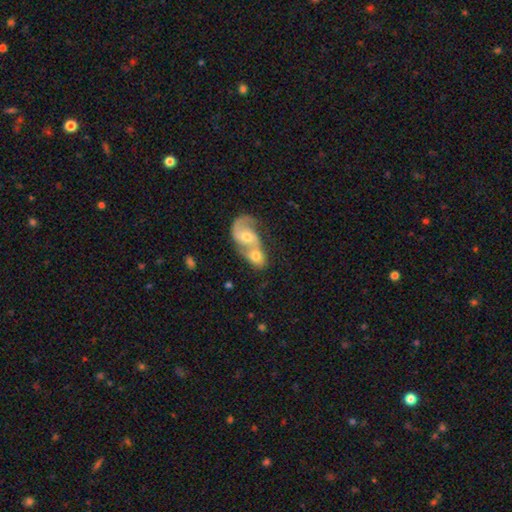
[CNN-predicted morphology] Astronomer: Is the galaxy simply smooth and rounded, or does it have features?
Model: featured or disk — 49% (runner-up: smooth, 44%).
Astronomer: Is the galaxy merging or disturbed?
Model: merger — 81%.